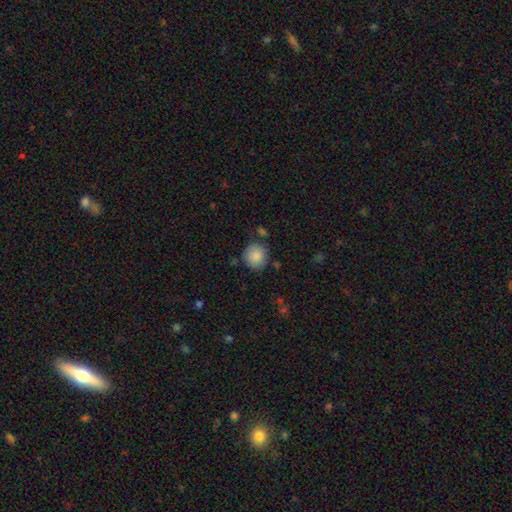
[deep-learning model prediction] A smooth galaxy with no disk features (87%) that is round (84%).

Vote fractions:
- Smooth or featured? smooth: 87% / star or artifact: 8% / featured or disk: 5%
- How rounded? round: 84% / in between: 15% / cigar-shaped: 1%
- Merging? none: 78% / minor disturbance: 14% / merger: 4% / major disturbance: 4%